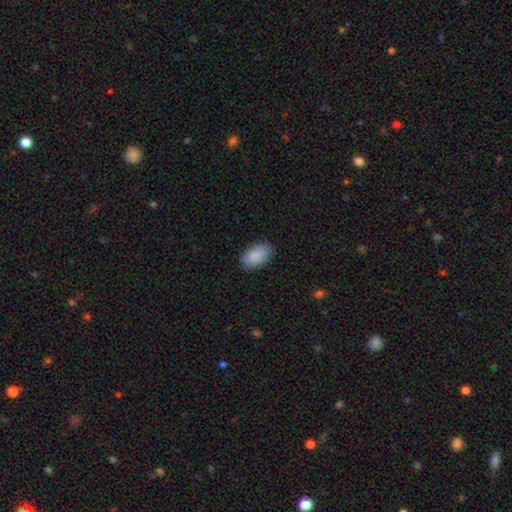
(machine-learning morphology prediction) A smooth galaxy with no disk features (90%) that is in between round and cigar-shaped (94%).

Vote fractions:
- Smooth or featured? smooth: 90% / star or artifact: 6% / featured or disk: 4%
- How rounded? in between: 94% / round: 4% / cigar-shaped: 2%
- Merging? none: 86% / minor disturbance: 11% / major disturbance: 2% / merger: 1%